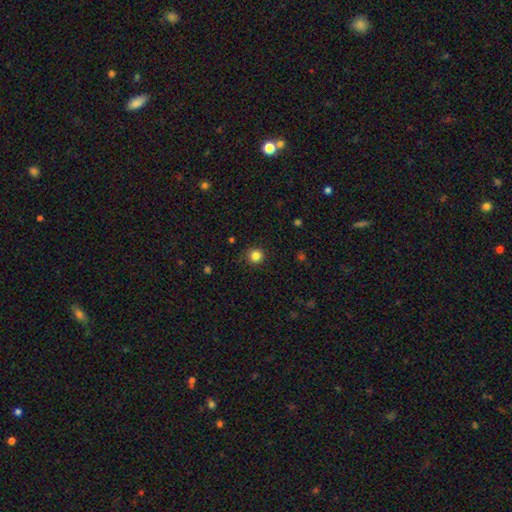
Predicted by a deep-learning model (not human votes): Smooth or featured?
  - smooth: 84% *
  - star or artifact: 12%
  - featured or disk: 4%
How rounded?
  - round: 94% *
  - in between: 5%
  - cigar-shaped: 1%
Merging?
  - none: 89% *
  - minor disturbance: 8%
  - major disturbance: 2%
  - merger: 1%